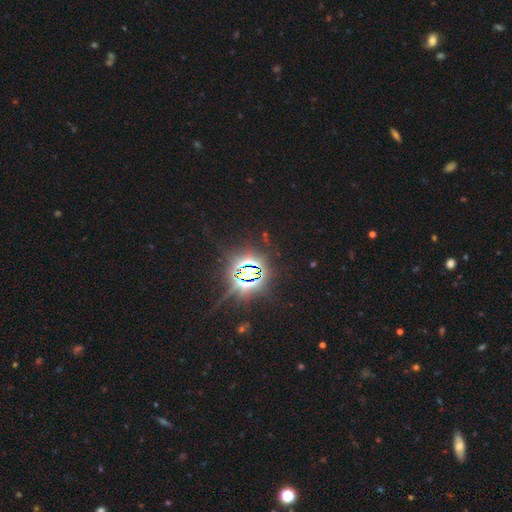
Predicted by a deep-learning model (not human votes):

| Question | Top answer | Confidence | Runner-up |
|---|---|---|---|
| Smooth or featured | star or artifact | 87% | smooth (7%) |